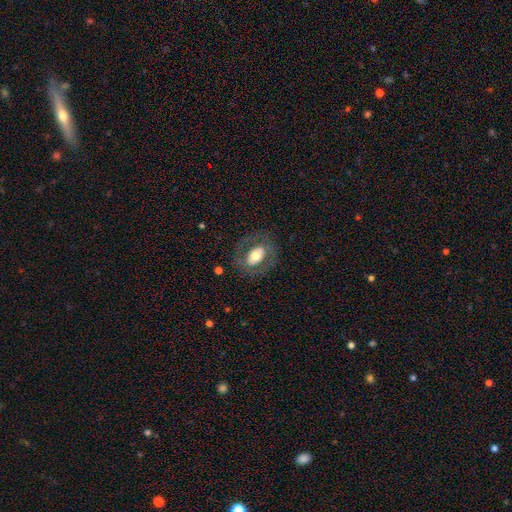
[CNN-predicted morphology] smooth_or_featured: smooth (p=0.51) [alt: featured or disk p=0.42]
how_rounded: in between (p=0.75) [alt: round p=0.24]
merging: none (p=0.75) [alt: minor disturbance p=0.13]